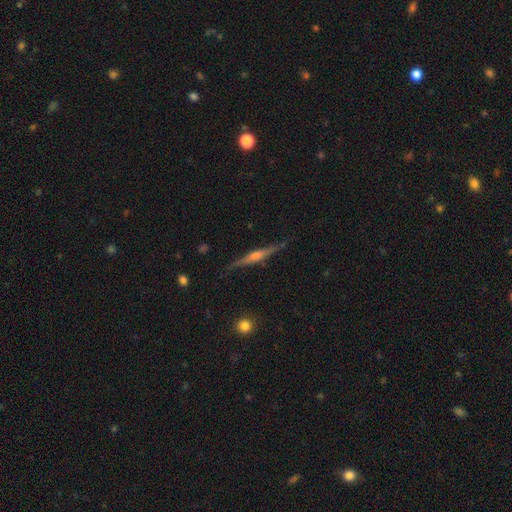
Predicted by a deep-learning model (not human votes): Smooth or featured: featured or disk — 81% (smooth — 12%)
Edge-on disk: yes — 98% (no — 2%)
Edge-on bulge: rounded — 80% (boxy — 11%)
Merging: none — 88% (minor disturbance — 9%)